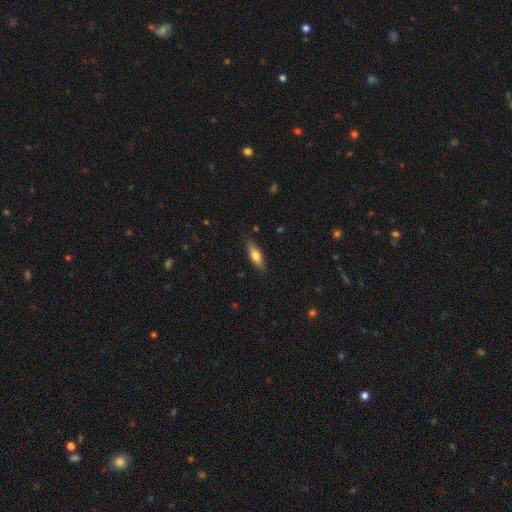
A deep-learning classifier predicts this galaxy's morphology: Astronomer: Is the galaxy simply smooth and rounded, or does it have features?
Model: smooth — 69%.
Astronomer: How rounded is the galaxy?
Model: in between — 60% (runner-up: cigar-shaped, 38%).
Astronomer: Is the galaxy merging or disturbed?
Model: none — 83%.